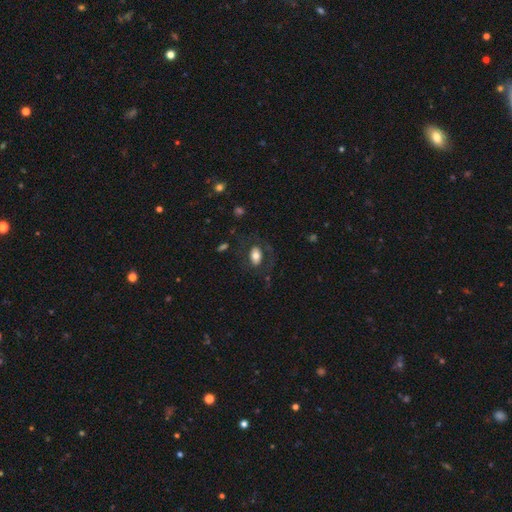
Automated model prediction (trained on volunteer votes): This appears to be a smooth galaxy with no disk features (67%) that is in between round and cigar-shaped (88%). Merging: none (71%).